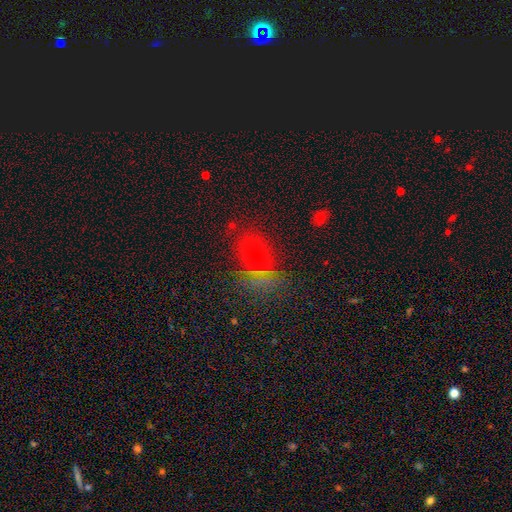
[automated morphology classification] smooth 60%, star or artifact 28%, featured or disk 12%. Down the decision tree: how rounded — in between (65%); merging — none (76%).